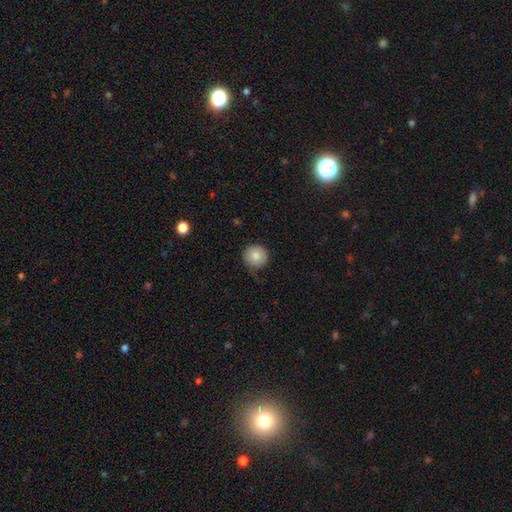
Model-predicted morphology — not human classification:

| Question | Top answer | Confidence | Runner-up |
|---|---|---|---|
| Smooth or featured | smooth | 83% | featured or disk (8%) |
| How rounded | round | 94% | in between (5%) |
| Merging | none | 71% | minor disturbance (21%) |